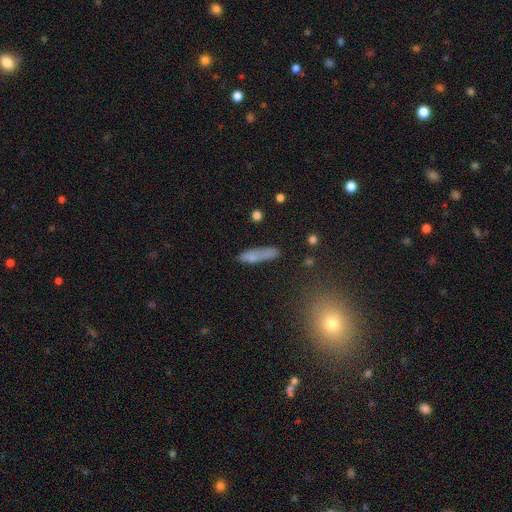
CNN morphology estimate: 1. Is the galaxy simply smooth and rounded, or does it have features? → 71% smooth, 18% featured or disk, 11% star or artifact.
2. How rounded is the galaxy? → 70% cigar-shaped, 27% in between, 4% round.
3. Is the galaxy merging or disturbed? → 68% none, 20% minor disturbance, 7% major disturbance, 5% merger.